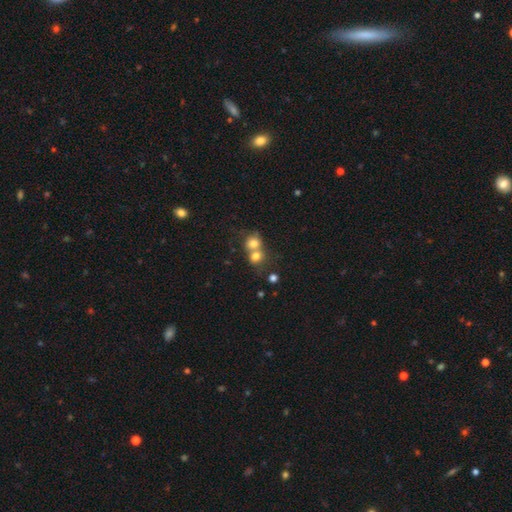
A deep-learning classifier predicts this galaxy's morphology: This is likely a smooth galaxy (75%). How rounded: likely round (77%). Merging: likely merger (64%).